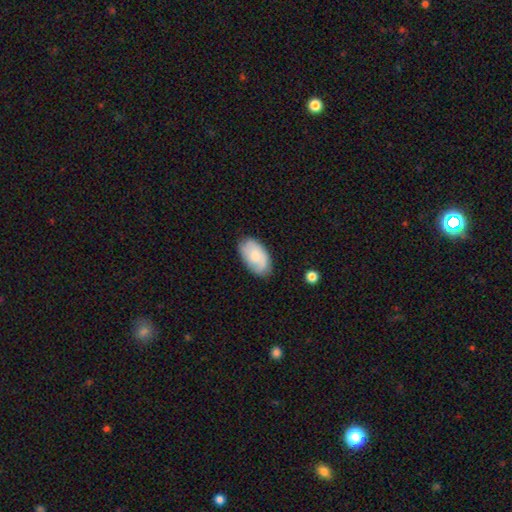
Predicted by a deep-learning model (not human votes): Smooth or featured? smooth (70%)
How rounded? in between (94%)
Merging? none (76%)